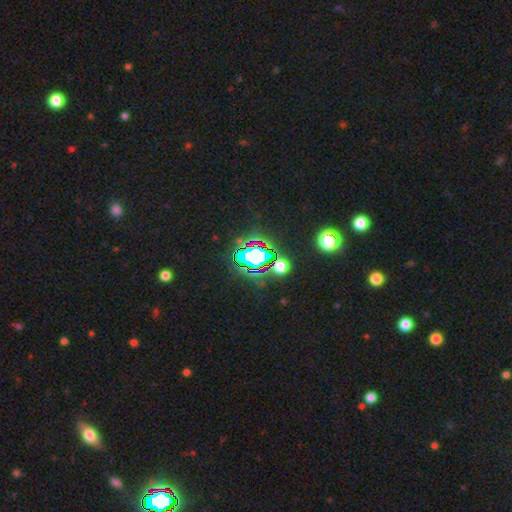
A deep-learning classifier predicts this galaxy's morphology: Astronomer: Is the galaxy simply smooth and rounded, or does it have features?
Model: star or artifact — 69%.